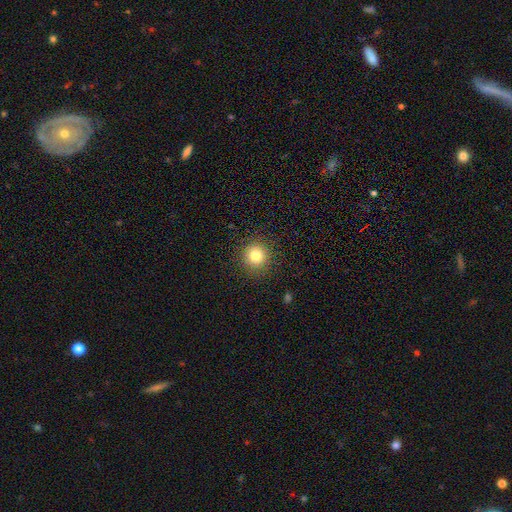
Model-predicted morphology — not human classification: Smooth or featured? Predicted: smooth (p=0.81). How rounded? Predicted: round (p=0.92). Merging? Predicted: none (p=0.90).